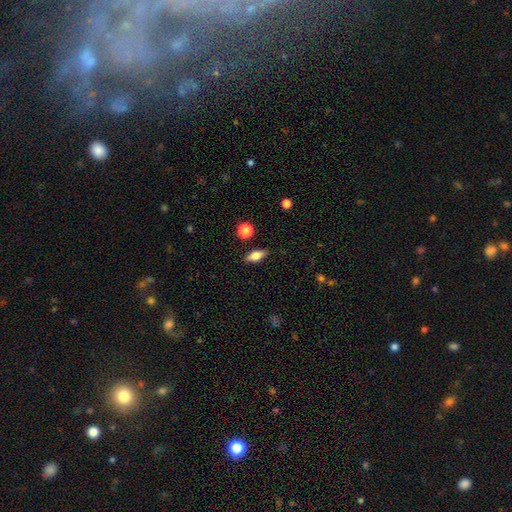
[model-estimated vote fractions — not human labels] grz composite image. It shows a smooth galaxy with no disk features (69%) that is in between round and cigar-shaped (77%). Merging: none (85%).